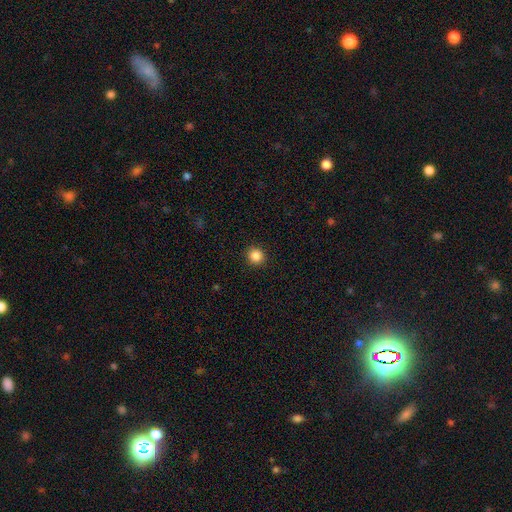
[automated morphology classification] This appears to be a smooth galaxy with no disk features (86%) that is round (93%). Merging: none (92%).